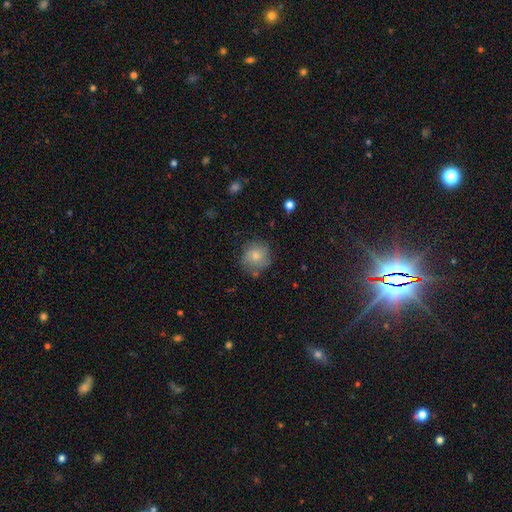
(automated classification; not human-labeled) A smooth galaxy with no disk features (70%) that is round (88%).

Vote fractions:
- Smooth or featured? smooth: 70% / featured or disk: 22% / star or artifact: 8%
- How rounded? round: 88% / in between: 11% / cigar-shaped: 1%
- Merging? none: 72% / minor disturbance: 19% / major disturbance: 6% / merger: 3%